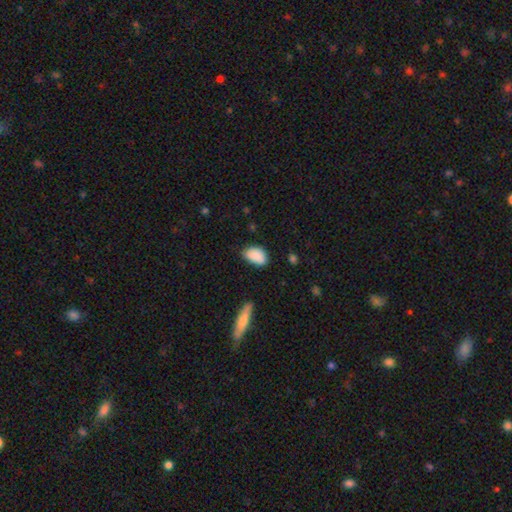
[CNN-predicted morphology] smooth 87%, star or artifact 7%, featured or disk 5%. Down the decision tree: how rounded — in between (92%); merging — none (66%).